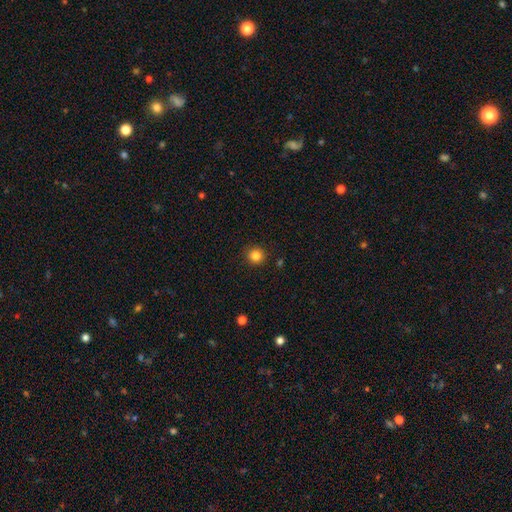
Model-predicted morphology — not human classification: Smooth or featured: smooth — 83% (star or artifact — 12%)
How rounded: round — 93% (in between — 6%)
Merging: none — 92% (minor disturbance — 5%)